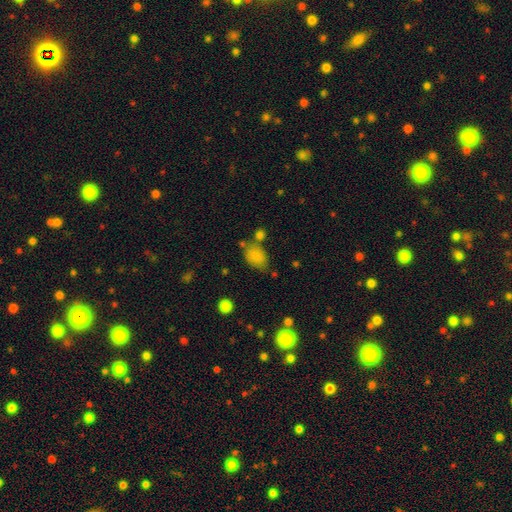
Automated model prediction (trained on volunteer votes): The model was most divided on "merging": none: 60%, minor disturbance: 21%, merger: 13%, major disturbance: 7%. More confident: smooth or featured — smooth (83%); how rounded — in between (79%).